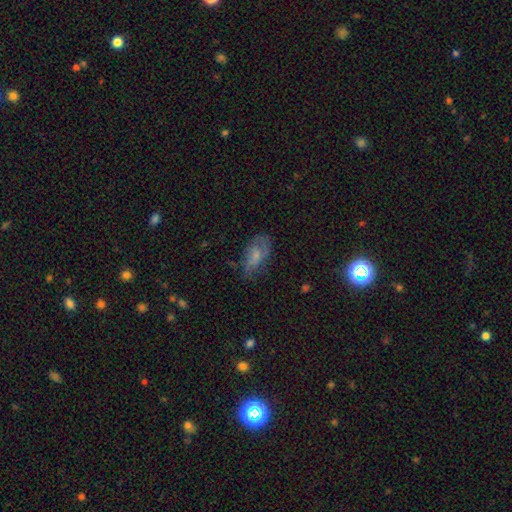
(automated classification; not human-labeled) This is possibly a smooth galaxy (56%). How rounded: clearly in between (89%). Merging: possibly none (52%).